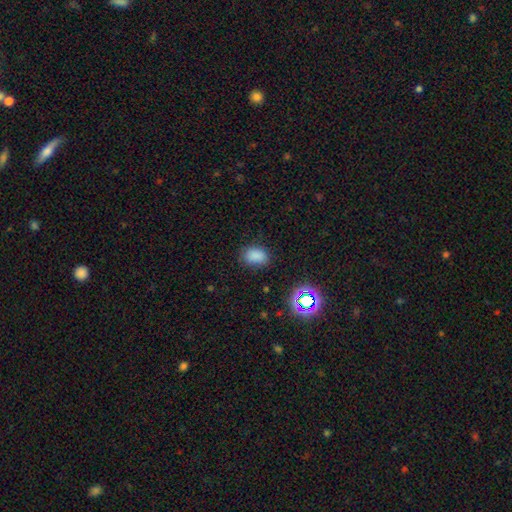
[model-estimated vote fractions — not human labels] Overall: smooth (80%). How rounded: in between (77%). Merging: none (79%).